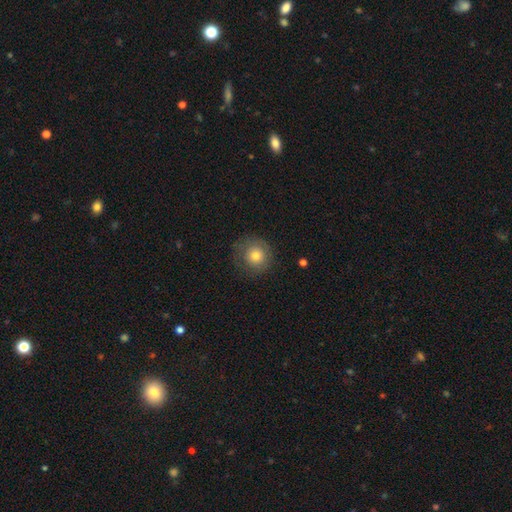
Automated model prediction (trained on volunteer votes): smooth_or_featured: smooth (p=0.74) [alt: featured or disk p=0.16]
how_rounded: round (p=0.92) [alt: in between p=0.07]
merging: none (p=0.77) [alt: minor disturbance p=0.15]